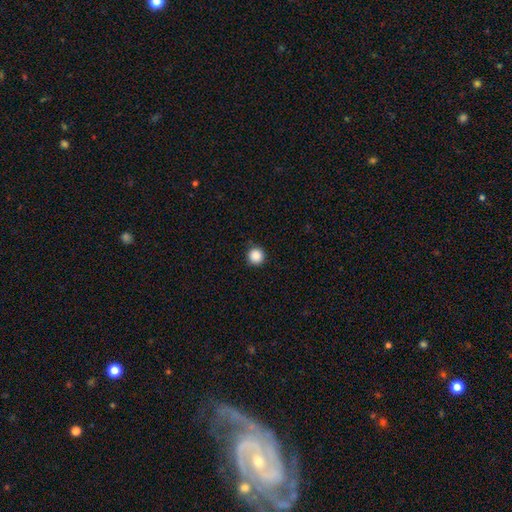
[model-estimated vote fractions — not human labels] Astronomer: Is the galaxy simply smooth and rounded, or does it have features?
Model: smooth — 88%.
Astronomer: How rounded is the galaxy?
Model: round — 96%.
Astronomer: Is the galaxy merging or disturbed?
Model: none — 91%.